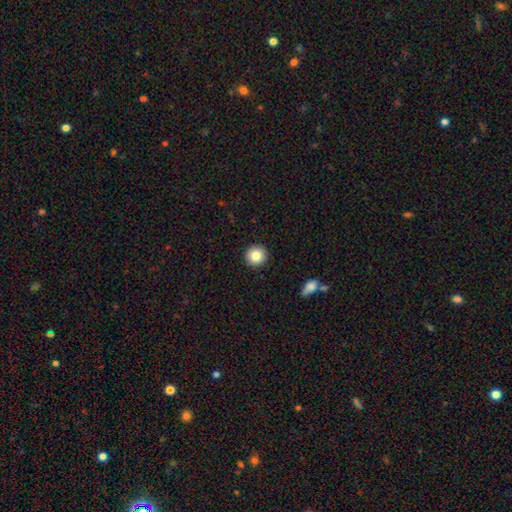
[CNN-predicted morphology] Q: Smooth or featured?
A: smooth (84%); runner-up: star or artifact (9%)
Q: How rounded?
A: round (95%); runner-up: in between (4%)
Q: Merging?
A: none (93%); runner-up: minor disturbance (5%)